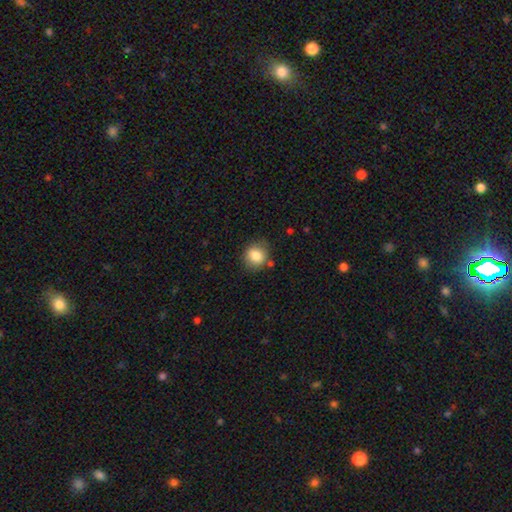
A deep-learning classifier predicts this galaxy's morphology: The model was most divided on "how rounded": round: 79%, in between: 20%, cigar-shaped: 1%. More confident: smooth or featured — smooth (83%); merging — none (78%).